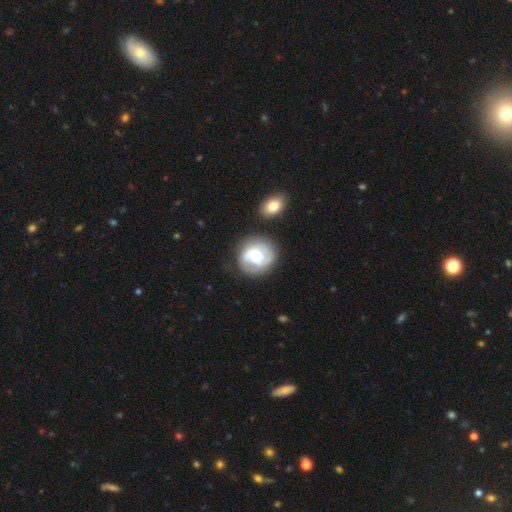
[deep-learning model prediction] This is likely a featured or disk galaxy (63%). It is clearly not viewed edge-on (98%). Bar: possibly no (59%). Spiral arm pattern: clearly yes (83%). Spiral arm count: possibly 2 (58%). Spiral winding: possibly tight (49%). Central bulge: possibly moderate (57%). Merging: likely none (71%).